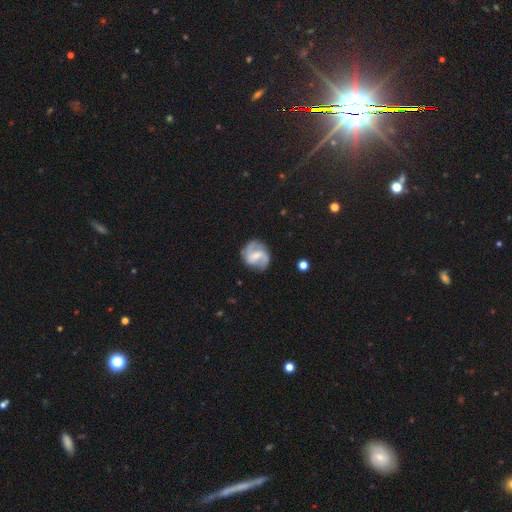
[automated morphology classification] Smooth or featured? Predicted: featured or disk (p=0.76). Edge-on disk? Predicted: no (p=0.98). Bar? Predicted: weak (p=0.51). Spiral arms? Predicted: yes (p=0.94). Spiral winding? Predicted: medium (p=0.48). Spiral arm count? Predicted: 2 (p=0.82). Bulge size? Predicted: small (p=0.43). Merging? Predicted: none (p=0.74).